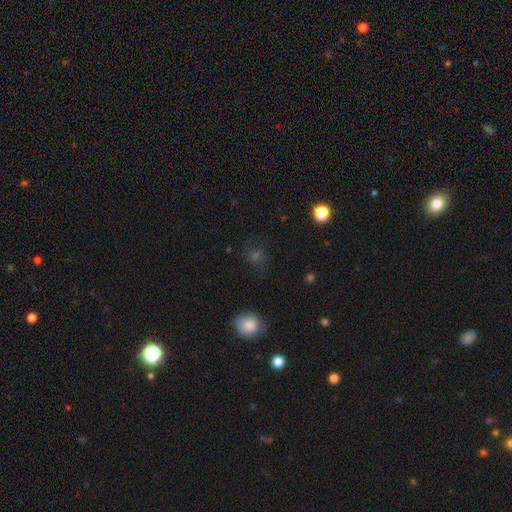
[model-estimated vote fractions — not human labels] Smooth or featured: smooth — 46% (star or artifact — 36%)
Merging: none — 75% (minor disturbance — 14%)